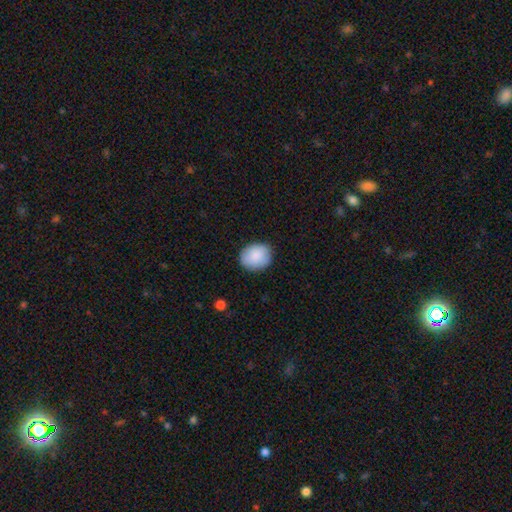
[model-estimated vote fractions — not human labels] Smooth or featured: smooth — 88% (star or artifact — 6%)
How rounded: round — 54% (in between — 45%)
Merging: none — 85% (minor disturbance — 11%)